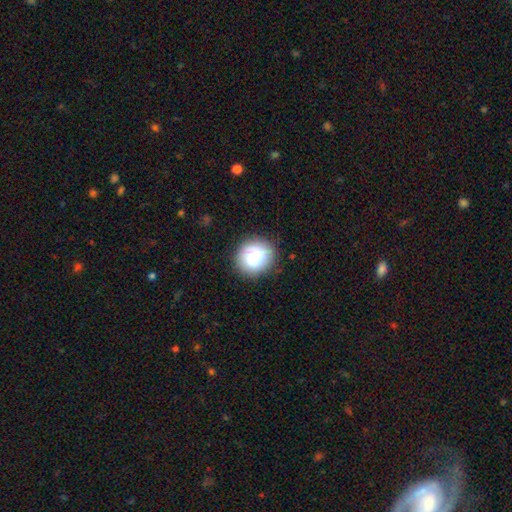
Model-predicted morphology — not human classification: This is likely a smooth galaxy (74%). How rounded: likely round (74%). Merging: clearly none (83%).